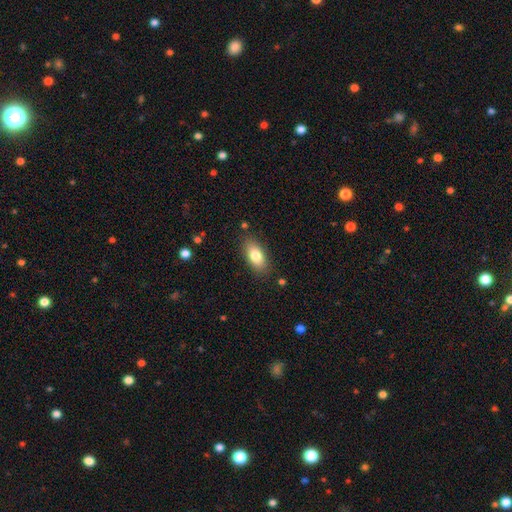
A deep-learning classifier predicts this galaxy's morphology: Smooth or featured? Predicted: smooth (p=0.81). How rounded? Predicted: in between (p=0.88). Merging? Predicted: none (p=0.84).